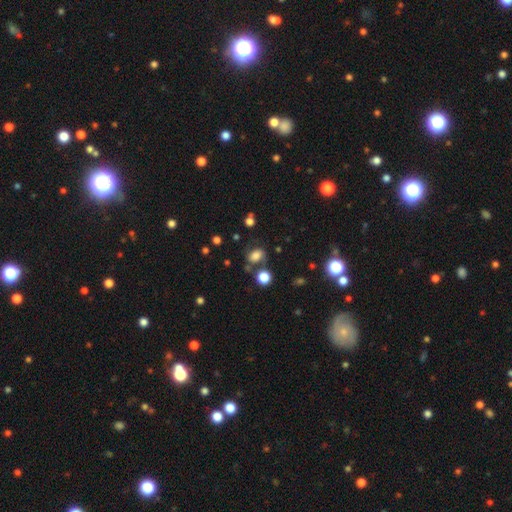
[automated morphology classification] type=smooth (67%); roundness=in between (62%); merging=none (58%).